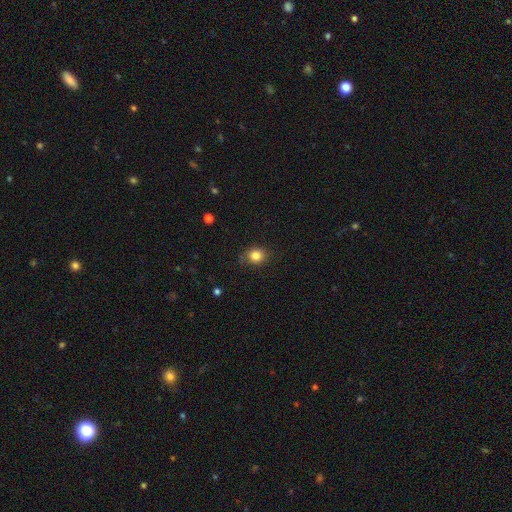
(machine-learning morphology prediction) Q: Smooth or featured?
A: smooth (82%); runner-up: star or artifact (12%)
Q: How rounded?
A: round (77%); runner-up: in between (22%)
Q: Merging?
A: none (81%); runner-up: minor disturbance (14%)